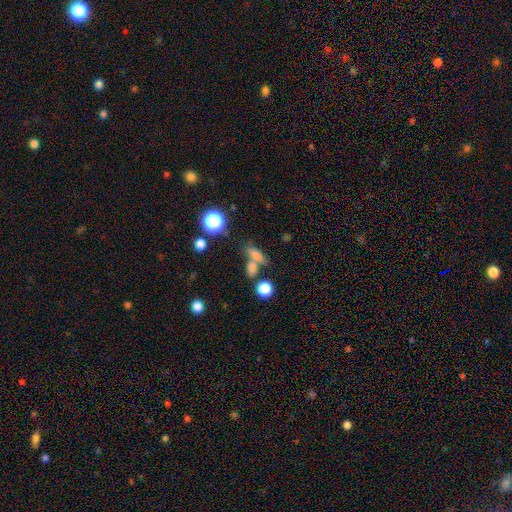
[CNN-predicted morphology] smooth 71%, star or artifact 15%, featured or disk 14%. Down the decision tree: how rounded — in between (50%); merging — none (48%).